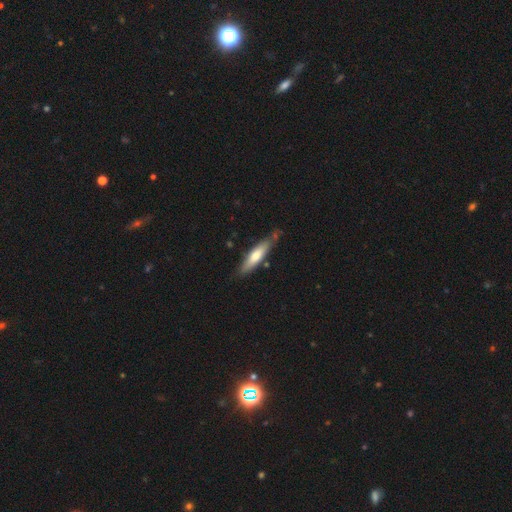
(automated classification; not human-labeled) This appears to be a smooth galaxy with no disk features (61%) that is cigar-shaped (76%). Merging: none (75%).